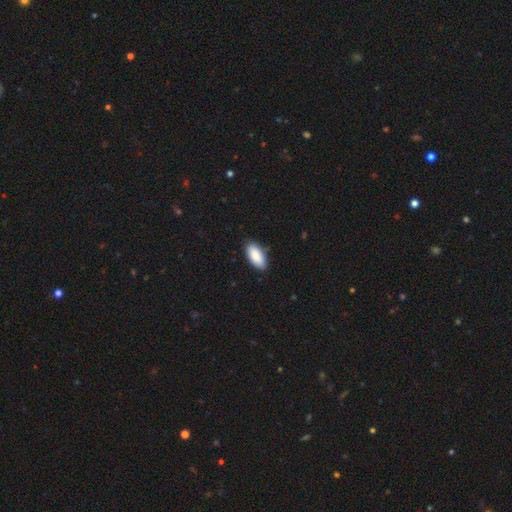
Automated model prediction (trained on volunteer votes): Smooth or featured? smooth (88%)
How rounded? in between (93%)
Merging? none (85%)